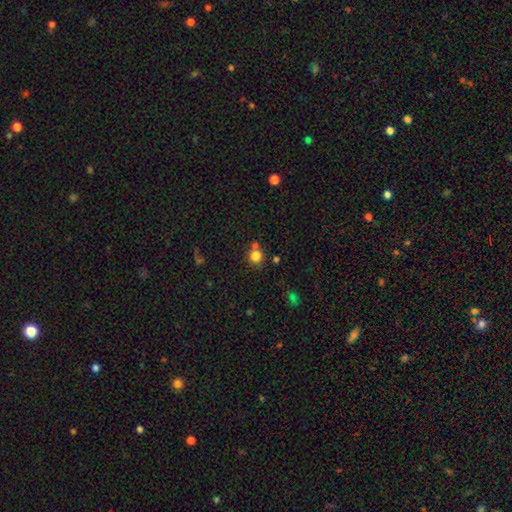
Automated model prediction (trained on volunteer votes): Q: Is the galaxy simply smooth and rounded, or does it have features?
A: smooth — 81%.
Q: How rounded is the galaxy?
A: round — 88%.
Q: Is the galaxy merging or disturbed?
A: none — 66%.